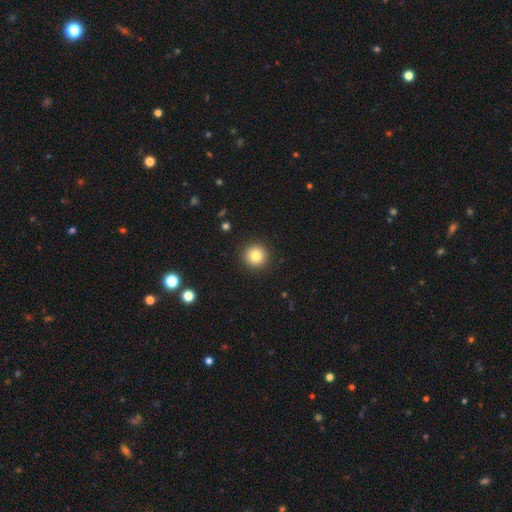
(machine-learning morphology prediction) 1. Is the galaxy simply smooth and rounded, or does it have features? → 82% smooth, 10% star or artifact, 7% featured or disk.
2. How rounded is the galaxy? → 95% round, 4% in between, 1% cigar-shaped.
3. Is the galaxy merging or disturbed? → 92% none, 5% minor disturbance, 2% major disturbance, 1% merger.